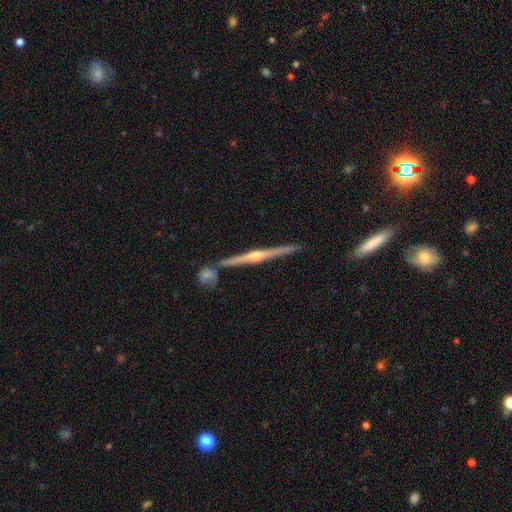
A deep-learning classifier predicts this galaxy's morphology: A featured or disk galaxy (82%) viewed edge-on (98%) with a rounded central bulge (86%).

Vote fractions:
- Smooth or featured? featured or disk: 82% / smooth: 11% / star or artifact: 7%
- Edge-on disk? yes: 98% / no: 2%
- Edge-on bulge? rounded: 86% / none: 8% / boxy: 6%
- Merging? none: 79% / minor disturbance: 10% / merger: 9% / major disturbance: 3%